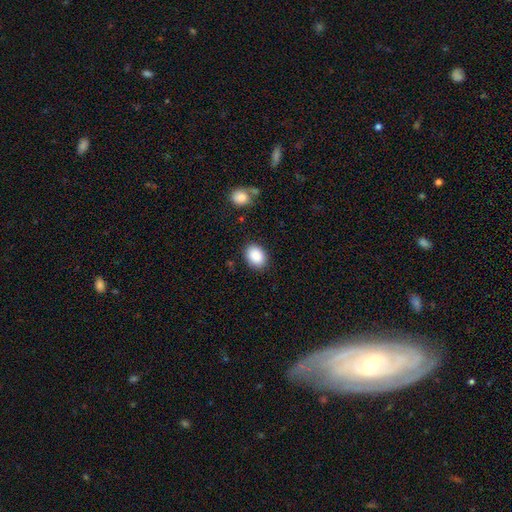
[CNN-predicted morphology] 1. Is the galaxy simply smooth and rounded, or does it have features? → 89% smooth, 7% star or artifact, 3% featured or disk.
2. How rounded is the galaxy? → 75% in between, 24% round, 1% cigar-shaped.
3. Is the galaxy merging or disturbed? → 86% none, 10% minor disturbance, 3% major disturbance, 2% merger.